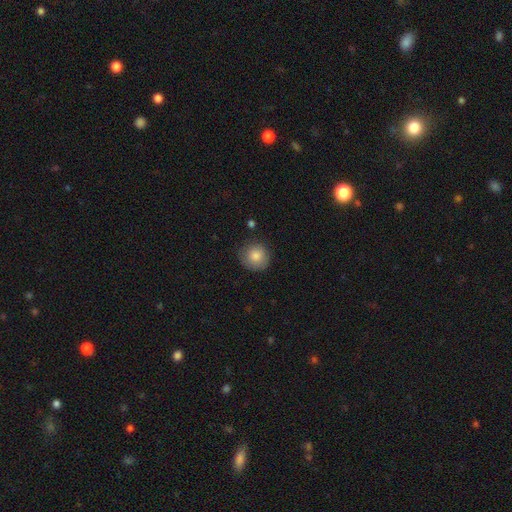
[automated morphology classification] Q: Smooth or featured?
A: smooth (83%); runner-up: featured or disk (9%)
Q: How rounded?
A: round (92%); runner-up: in between (7%)
Q: Merging?
A: none (78%); runner-up: minor disturbance (16%)